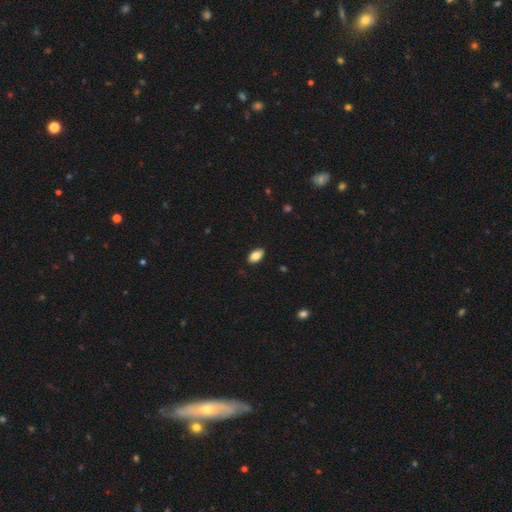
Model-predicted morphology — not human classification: The model was most divided on "smooth or featured": smooth: 85%, star or artifact: 8%, featured or disk: 7%. More confident: how rounded — in between (93%); merging — none (89%).